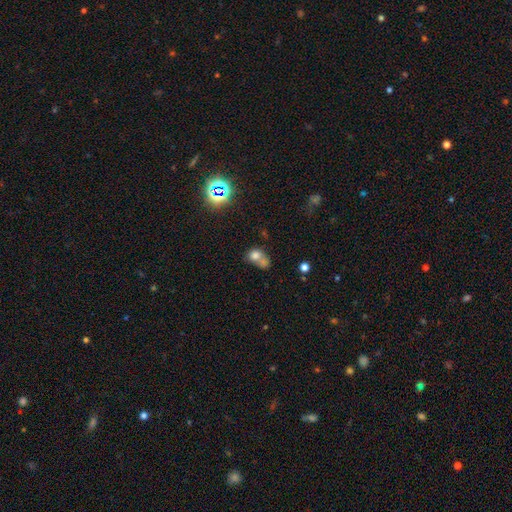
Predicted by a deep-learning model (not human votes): Q: Smooth or featured?
A: smooth (69%); runner-up: featured or disk (16%)
Q: How rounded?
A: round (61%); runner-up: in between (38%)
Q: Merging?
A: merger (59%); runner-up: none (25%)